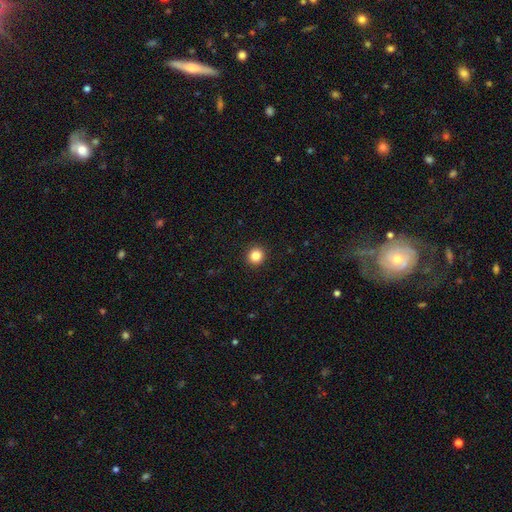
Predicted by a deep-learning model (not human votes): Smooth or featured: smooth — 85% (star or artifact — 11%)
How rounded: round — 93% (in between — 6%)
Merging: none — 93% (minor disturbance — 5%)